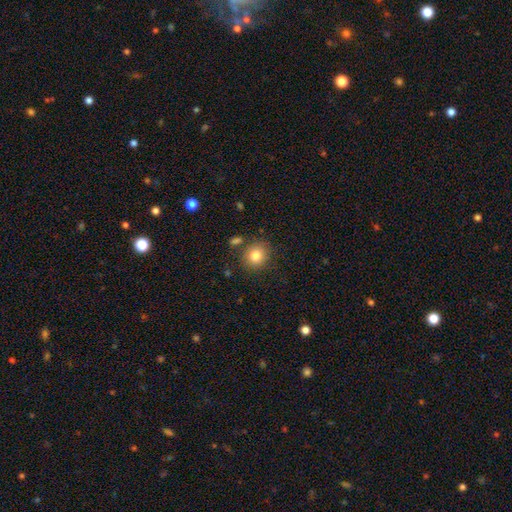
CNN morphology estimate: Smooth or featured? smooth (82%)
How rounded? round (81%)
Merging? none (82%)